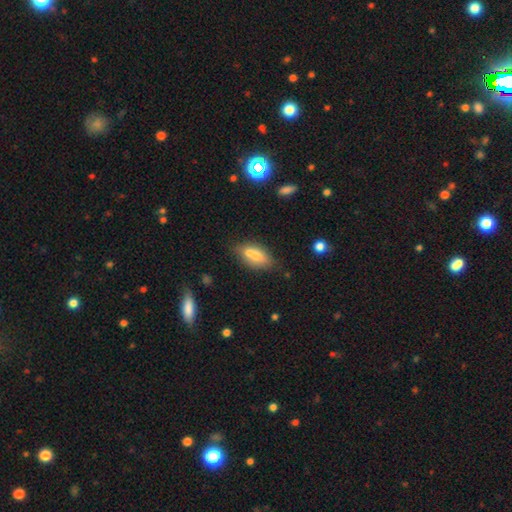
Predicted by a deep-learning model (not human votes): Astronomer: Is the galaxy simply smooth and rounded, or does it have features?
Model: smooth — 69%.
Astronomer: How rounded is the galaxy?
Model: in between — 83%.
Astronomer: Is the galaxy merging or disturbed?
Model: none — 50% (runner-up: merger, 30%).